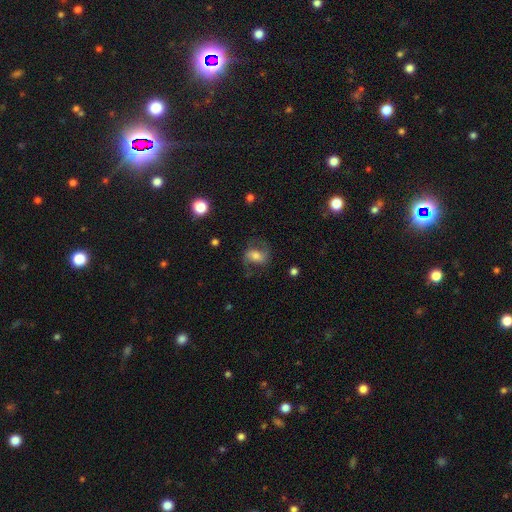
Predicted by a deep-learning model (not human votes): This appears to be a featured or disk galaxy (57%) with a weak bar (39%), spiral arms (86%) and a moderate central bulge (55%). Merging: none (65%).